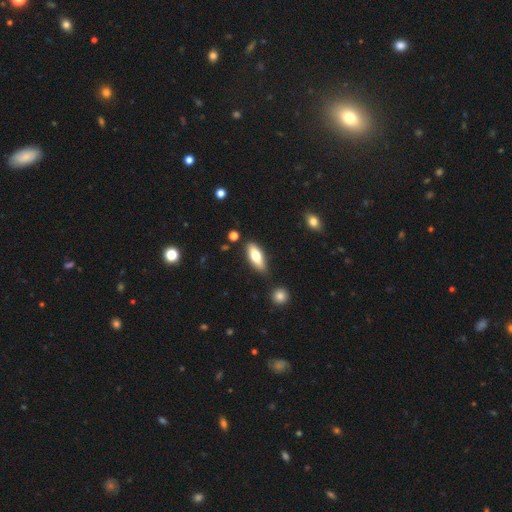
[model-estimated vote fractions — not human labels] Smooth or featured? smooth (65%)
How rounded? in between (69%)
Merging? none (83%)